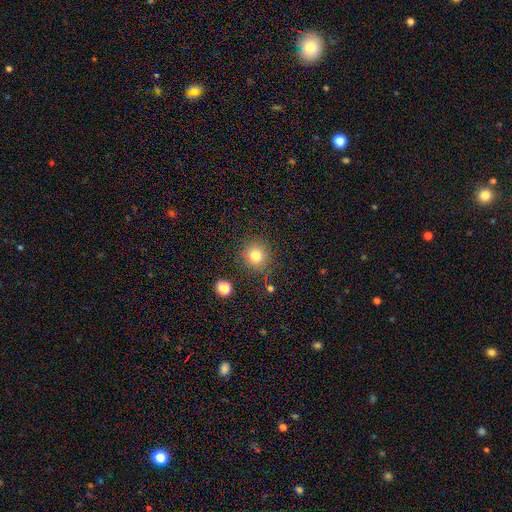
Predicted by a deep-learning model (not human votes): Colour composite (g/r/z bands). It shows a smooth galaxy with no disk features (76%) that is round (91%). Merging: none (84%).